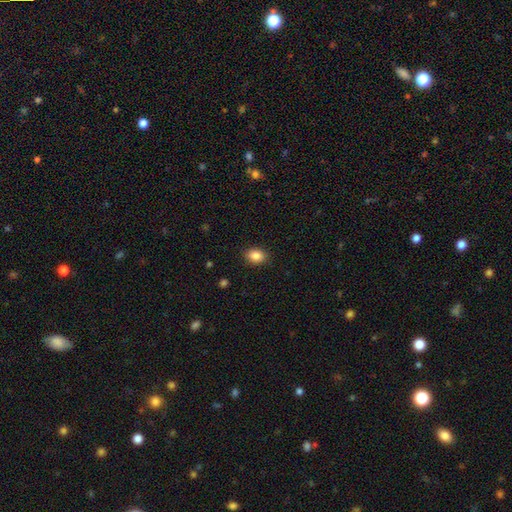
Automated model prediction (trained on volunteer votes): Q: Smooth or featured?
A: smooth (87%); runner-up: star or artifact (9%)
Q: How rounded?
A: in between (70%); runner-up: round (29%)
Q: Merging?
A: none (88%); runner-up: minor disturbance (9%)